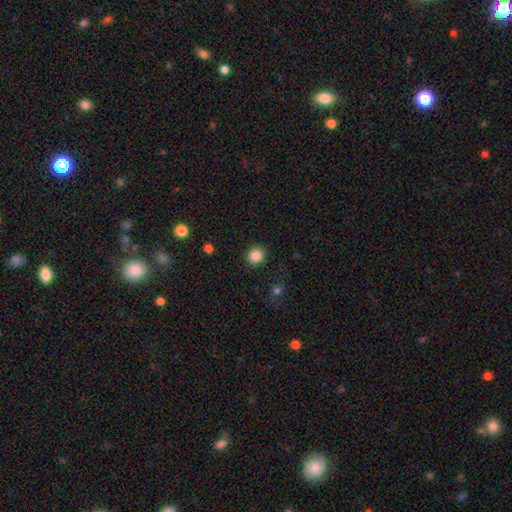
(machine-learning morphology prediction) This appears to be a smooth galaxy with no disk features (85%) that is round (82%). Merging: none (91%).